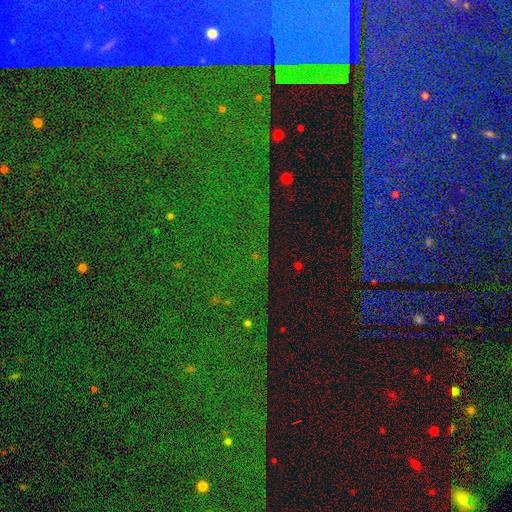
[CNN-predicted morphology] Overall: star or artifact (83%).